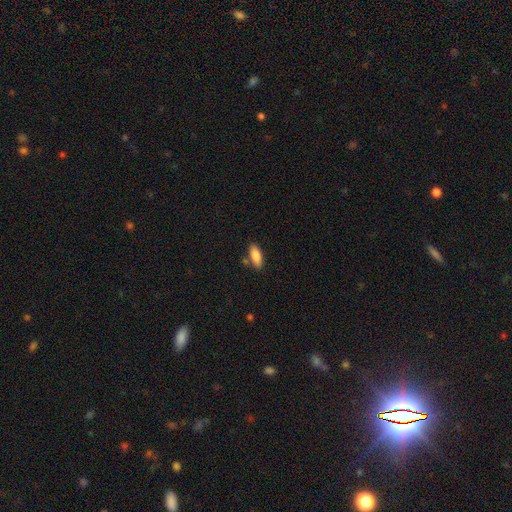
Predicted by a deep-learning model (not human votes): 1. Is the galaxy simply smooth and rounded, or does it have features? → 86% smooth, 8% featured or disk, 7% star or artifact.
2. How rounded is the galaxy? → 77% in between, 21% cigar-shaped, 2% round.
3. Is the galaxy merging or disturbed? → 77% none, 13% minor disturbance, 7% merger, 3% major disturbance.